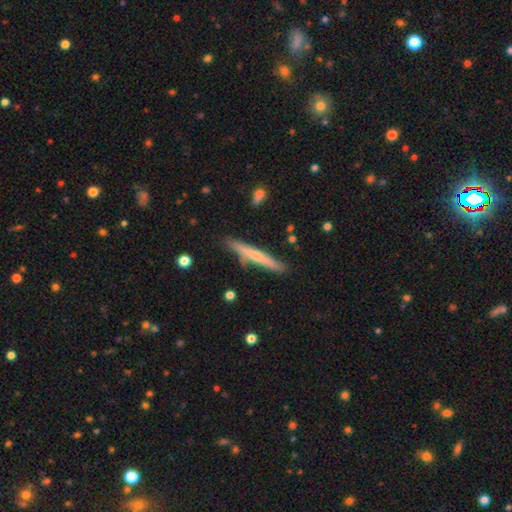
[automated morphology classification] This appears to be a featured or disk galaxy (53%) viewed edge-on (95%) with a rounded central bulge (57%). Merging: none (82%).